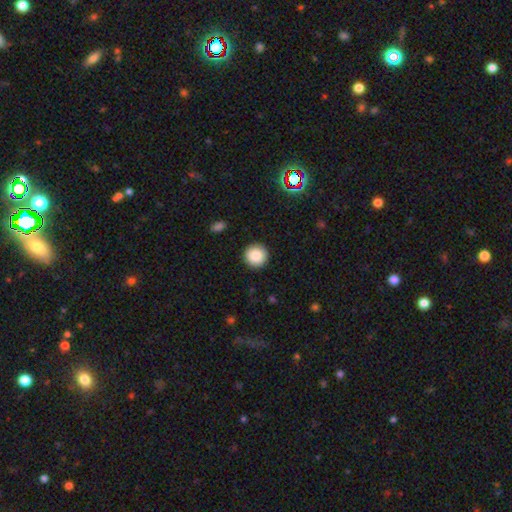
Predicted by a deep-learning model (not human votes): smooth_or_featured: smooth (p=0.88) [alt: star or artifact p=0.08]
how_rounded: round (p=0.96) [alt: in between p=0.03]
merging: none (p=0.92) [alt: minor disturbance p=0.05]